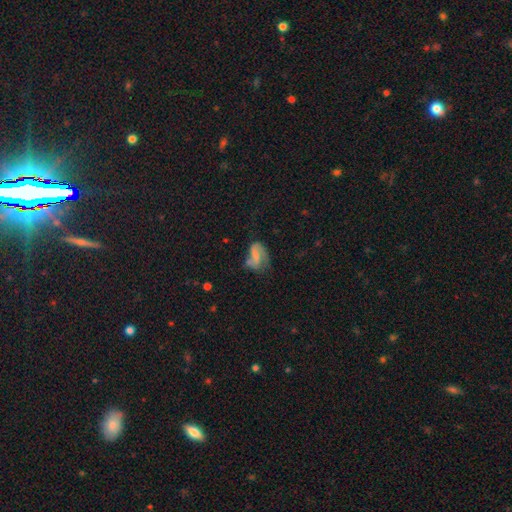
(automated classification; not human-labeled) This is possibly a featured or disk galaxy (52%). It is clearly not viewed edge-on (97%). Bar: marginally no (40%). Spiral arm pattern: likely yes (76%). Central bulge: possibly none (60%). Merging: marginally none (36%).